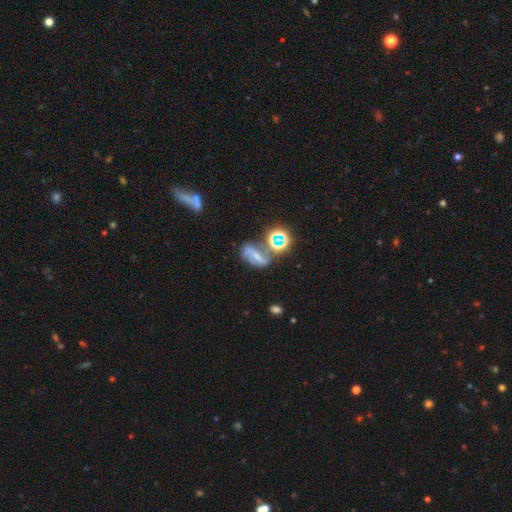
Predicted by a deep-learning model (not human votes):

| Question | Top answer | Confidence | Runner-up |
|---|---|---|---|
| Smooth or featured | featured or disk | 55% | smooth (23%) |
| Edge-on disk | no | 95% | yes (5%) |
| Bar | weak | 37% | strong (34%) |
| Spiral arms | yes | 83% | no (17%) |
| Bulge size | small | 52% | moderate (29%) |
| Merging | none | 45% | merger (21%) |